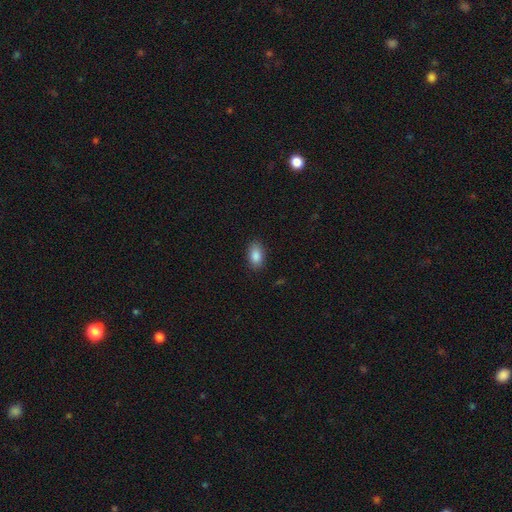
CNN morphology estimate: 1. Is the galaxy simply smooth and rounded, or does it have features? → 87% smooth, 8% star or artifact, 5% featured or disk.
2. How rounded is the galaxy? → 91% in between, 6% round, 2% cigar-shaped.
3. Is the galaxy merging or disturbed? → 86% none, 10% minor disturbance, 2% major disturbance, 1% merger.